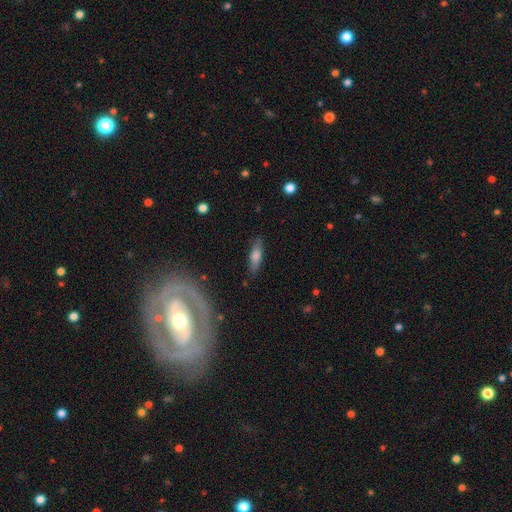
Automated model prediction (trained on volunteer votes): smooth 70%, featured or disk 23%, star or artifact 7%. Down the decision tree: how rounded — cigar-shaped (52%); merging — none (84%).